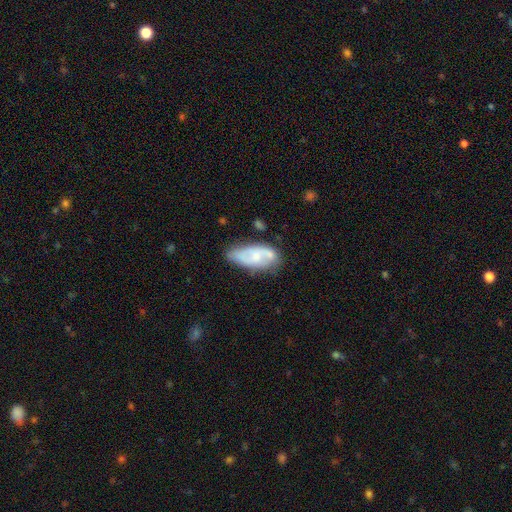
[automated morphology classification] A featured or disk galaxy (49%).

Vote fractions:
- Smooth or featured? featured or disk: 49% / smooth: 44% / star or artifact: 7%
- Merging? none: 53% / minor disturbance: 28% / major disturbance: 10% / merger: 9%